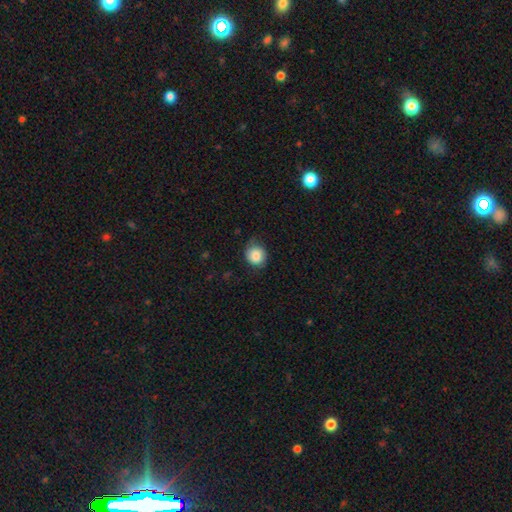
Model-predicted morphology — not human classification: smooth_or_featured: smooth (p=0.84) [alt: star or artifact p=0.08]
how_rounded: round (p=0.87) [alt: in between p=0.13]
merging: none (p=0.70) [alt: minor disturbance p=0.23]